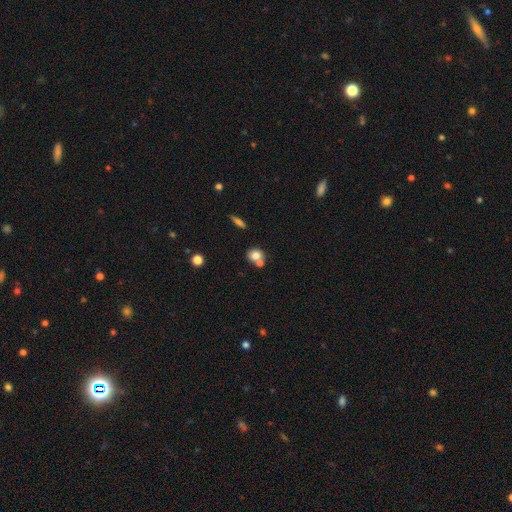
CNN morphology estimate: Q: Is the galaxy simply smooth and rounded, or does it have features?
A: smooth — 76%.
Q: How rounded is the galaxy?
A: round — 76%.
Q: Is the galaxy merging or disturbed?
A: none — 48%.